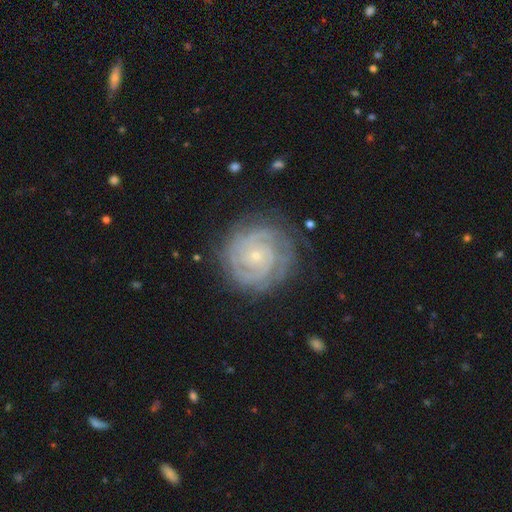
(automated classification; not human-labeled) smooth-or-featured: featured or disk: 87% | smooth: 7% | star or artifact: 6%
  disk-edge-on: no: 98% | yes: 2%
    bar: no: 79% | weak: 16% | strong: 5%
    has-spiral-arms: yes: 98% | no: 2%
      spiral-winding: tight: 82% | medium: 16% | loose: 3%
      spiral-arm-count: 2: 39% | 3: 21% | can't tell: 18% | 4: 10% | more than 4: 6% | 1: 6%
    bulge-size: small: 84% | moderate: 12% | none: 2% | large: 1% | dominant: 1%
  merging: none: 81% | minor disturbance: 13% | major disturbance: 4% | merger: 1%